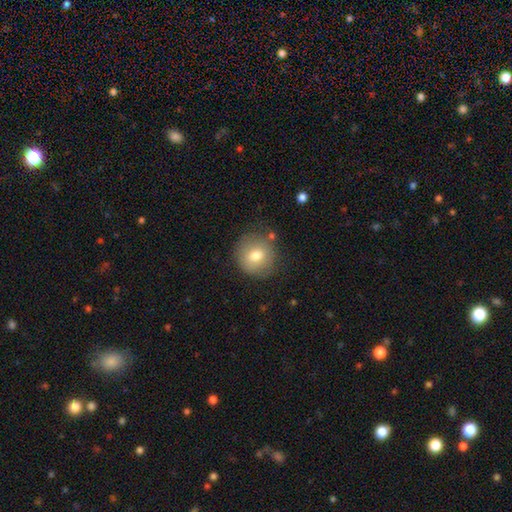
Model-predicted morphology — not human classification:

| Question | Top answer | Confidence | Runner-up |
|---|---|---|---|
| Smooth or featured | smooth | 76% | featured or disk (15%) |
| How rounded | round | 90% | in between (9%) |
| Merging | none | 77% | minor disturbance (15%) |